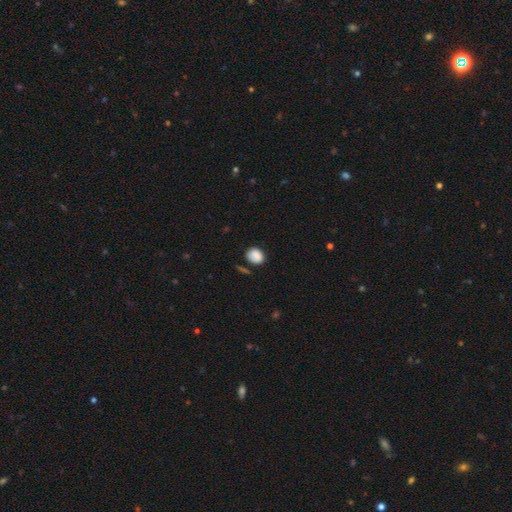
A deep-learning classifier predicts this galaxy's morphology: Smooth or featured? Predicted: smooth (p=0.87). How rounded? Predicted: round (p=0.55). Merging? Predicted: none (p=0.74).